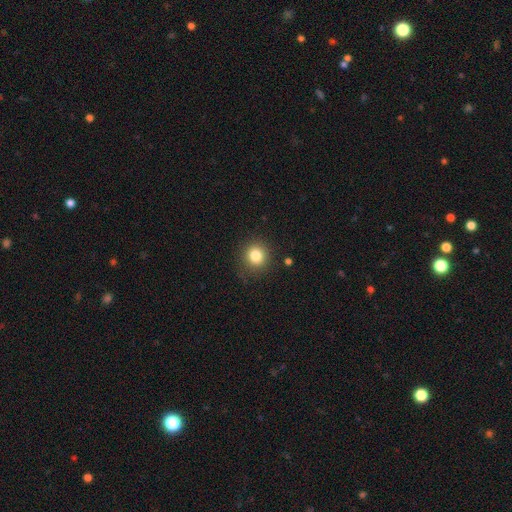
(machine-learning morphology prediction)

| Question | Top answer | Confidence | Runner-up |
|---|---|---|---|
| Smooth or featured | smooth | 82% | star or artifact (11%) |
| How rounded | round | 89% | in between (10%) |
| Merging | none | 86% | minor disturbance (9%) |